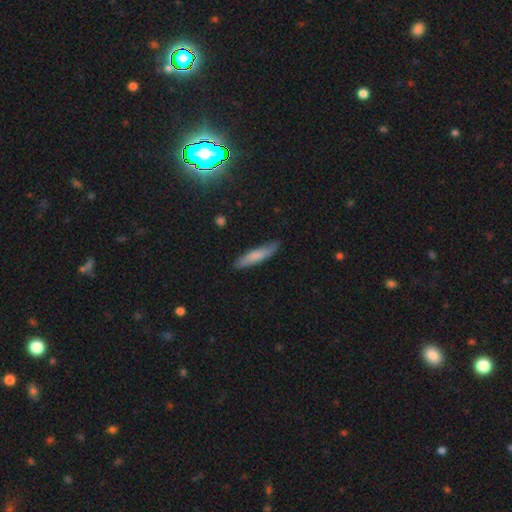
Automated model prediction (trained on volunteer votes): Smooth or featured? smooth (72%)
How rounded? cigar-shaped (85%)
Merging? none (84%)